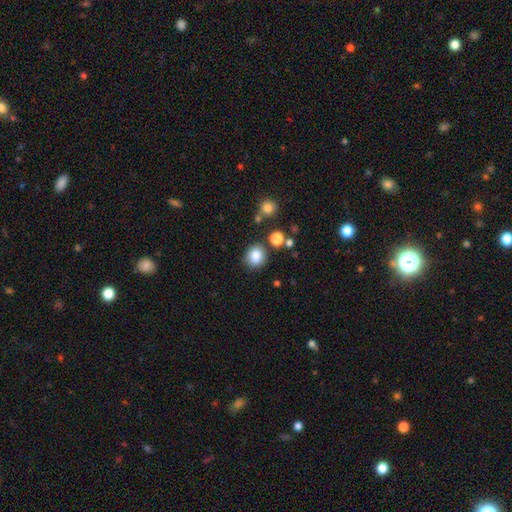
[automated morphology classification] Overall: smooth (84%). How rounded: round (80%). Merging: none (82%).